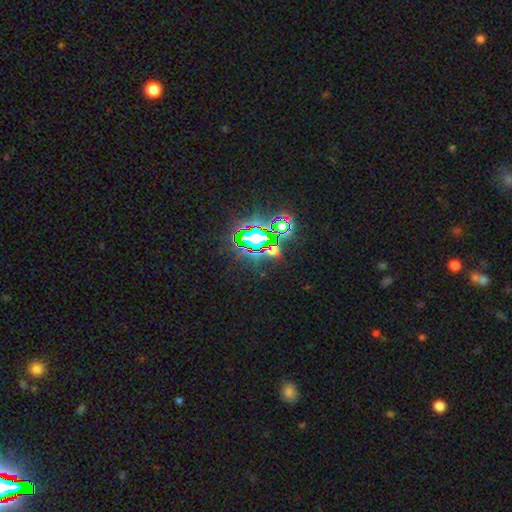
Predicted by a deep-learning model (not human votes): Smooth or featured: star or artifact — 78% (smooth — 12%)